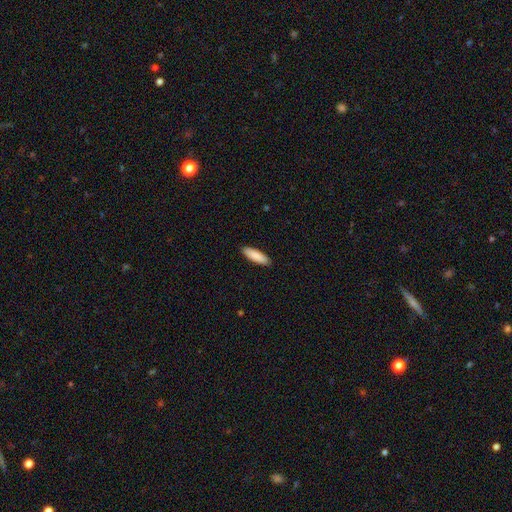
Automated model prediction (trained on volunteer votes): A smooth galaxy with no disk features (89%) that is cigar-shaped (54%).

Vote fractions:
- Smooth or featured? smooth: 89% / featured or disk: 6% / star or artifact: 5%
- How rounded? cigar-shaped: 54% / in between: 45% / round: 1%
- Merging? none: 90% / minor disturbance: 7% / major disturbance: 2% / merger: 1%